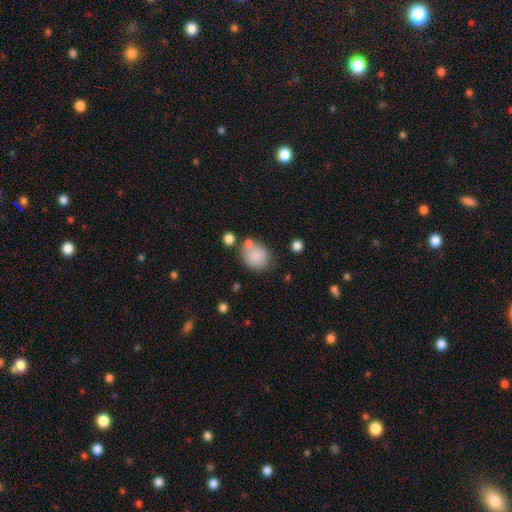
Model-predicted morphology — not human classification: Q: Smooth or featured?
A: smooth (83%); runner-up: star or artifact (9%)
Q: How rounded?
A: round (62%); runner-up: in between (37%)
Q: Merging?
A: none (64%); runner-up: minor disturbance (17%)